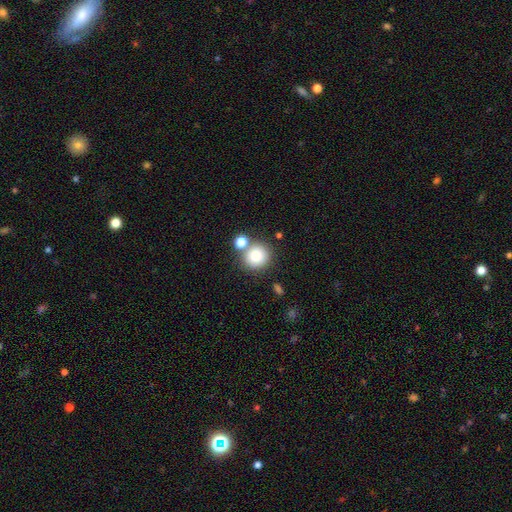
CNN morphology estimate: smooth-or-featured: smooth: 79% | star or artifact: 11% | featured or disk: 10%
  how-rounded: round: 91% | in between: 8% | cigar-shaped: 1%
  merging: none: 68% | merger: 20% | minor disturbance: 9% | major disturbance: 3%